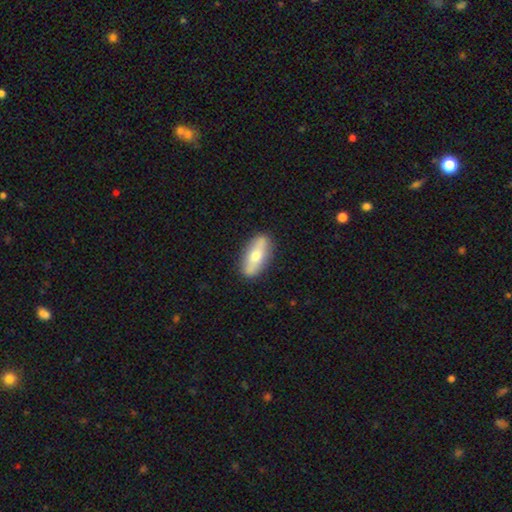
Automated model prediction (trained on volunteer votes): Q: Smooth or featured?
A: smooth (57%); runner-up: featured or disk (38%)
Q: How rounded?
A: in between (76%); runner-up: cigar-shaped (21%)
Q: Merging?
A: none (85%); runner-up: minor disturbance (11%)